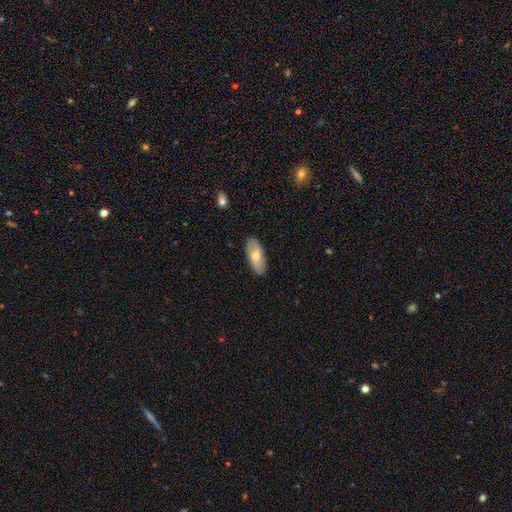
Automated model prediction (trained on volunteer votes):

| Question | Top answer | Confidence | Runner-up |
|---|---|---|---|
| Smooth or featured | smooth | 57% | featured or disk (37%) |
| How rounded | in between | 85% | cigar-shaped (11%) |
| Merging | none | 85% | minor disturbance (12%) |